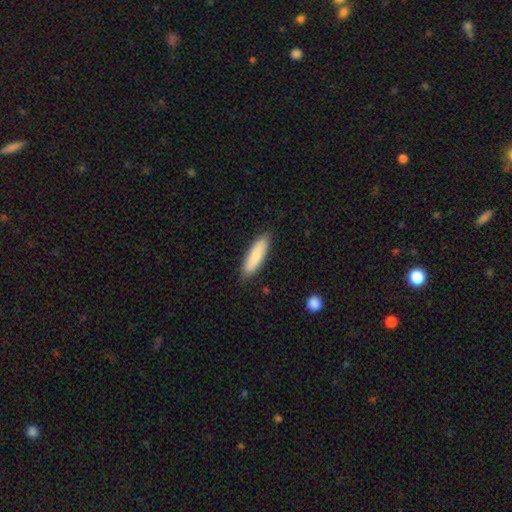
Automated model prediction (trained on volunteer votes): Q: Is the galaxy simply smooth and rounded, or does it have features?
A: smooth — 84%.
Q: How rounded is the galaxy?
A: cigar-shaped — 59%.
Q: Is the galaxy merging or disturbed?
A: none — 87%.